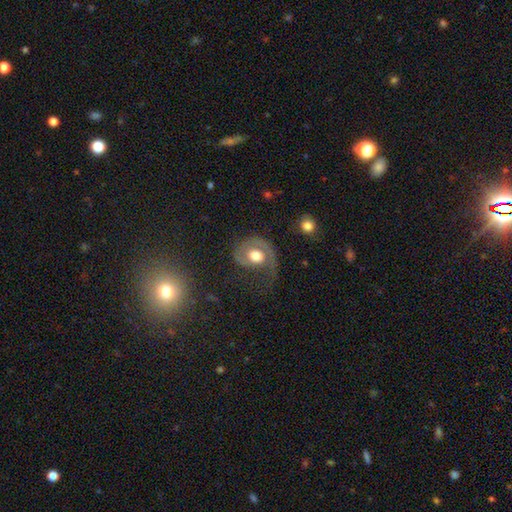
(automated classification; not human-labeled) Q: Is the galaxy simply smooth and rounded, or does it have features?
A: featured or disk — 71%.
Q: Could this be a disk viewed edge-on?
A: no — 97%.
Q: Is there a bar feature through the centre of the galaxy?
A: no — 76%.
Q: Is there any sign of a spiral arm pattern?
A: yes — 87%.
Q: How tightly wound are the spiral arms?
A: tight — 38%.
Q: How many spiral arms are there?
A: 1 — 66%.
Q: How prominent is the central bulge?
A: moderate — 49%.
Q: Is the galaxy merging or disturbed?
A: none — 41%.